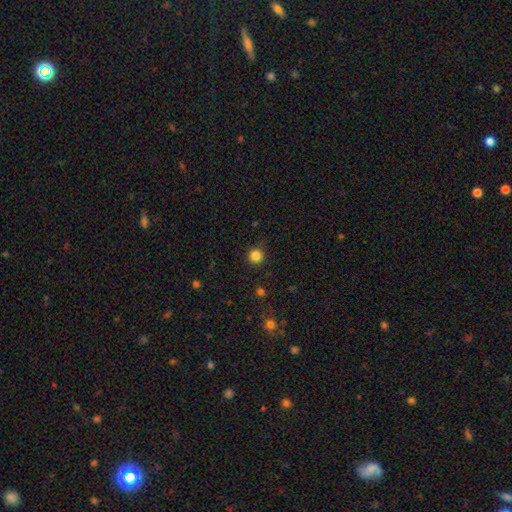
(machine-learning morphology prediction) Smooth or featured: smooth — 84% (star or artifact — 12%)
How rounded: round — 95% (in between — 4%)
Merging: none — 90% (minor disturbance — 7%)